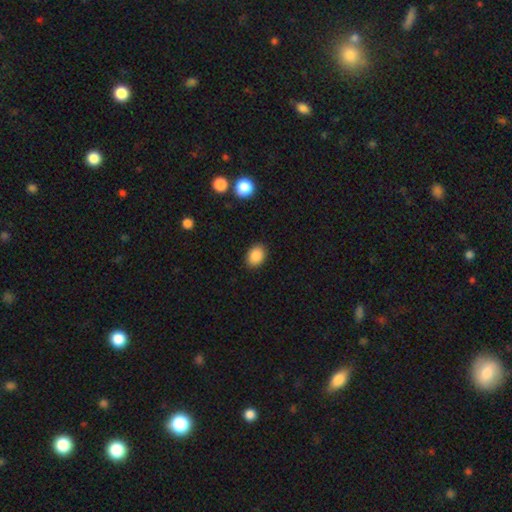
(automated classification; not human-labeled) Overall: smooth (88%). How rounded: in between (66%; round 33%). Merging: none (89%).